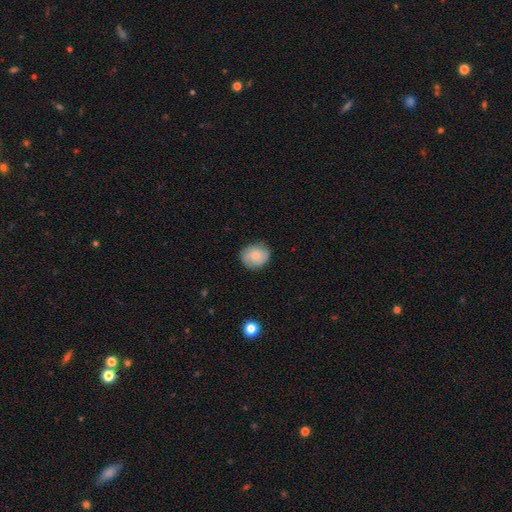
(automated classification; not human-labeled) smooth 58%, featured or disk 34%, star or artifact 8%. Down the decision tree: how rounded — round (72%); merging — none (82%).